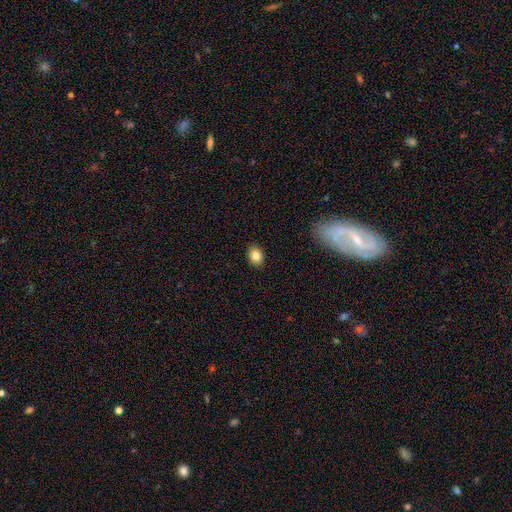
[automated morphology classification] Smooth or featured?
  - smooth: 83% *
  - star or artifact: 9%
  - featured or disk: 8%
How rounded?
  - in between: 61% *
  - round: 38%
  - cigar-shaped: 1%
Merging?
  - none: 90% *
  - minor disturbance: 8%
  - major disturbance: 2%
  - merger: 1%